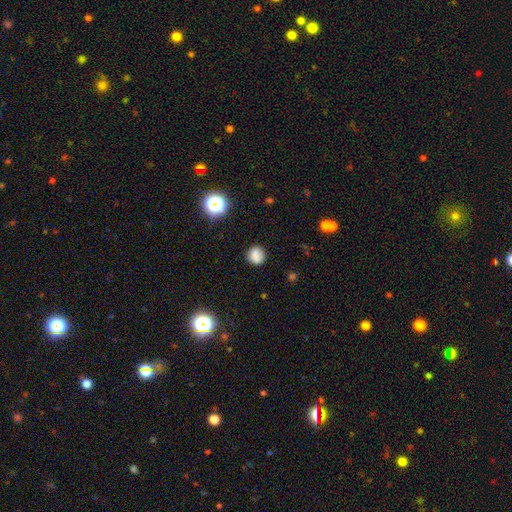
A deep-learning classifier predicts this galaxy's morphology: smooth_or_featured: smooth (p=0.76) [alt: star or artifact p=0.14]
how_rounded: round (p=0.78) [alt: in between p=0.21]
merging: none (p=0.78) [alt: minor disturbance p=0.14]